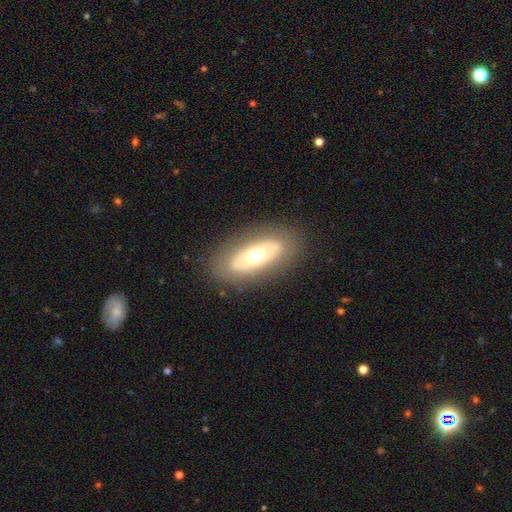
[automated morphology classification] featured or disk 50%, smooth 44%, star or artifact 7%. Down the decision tree: merging — none (83%).